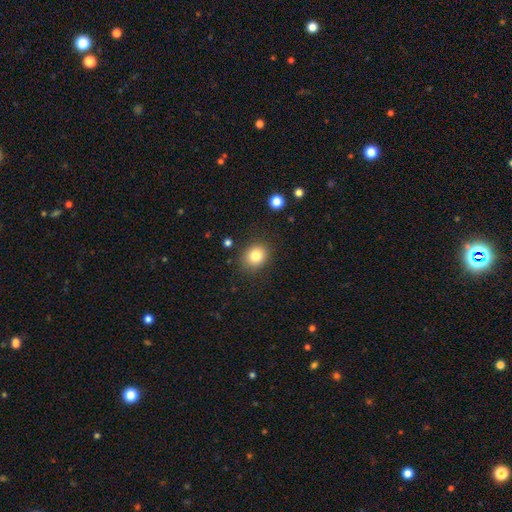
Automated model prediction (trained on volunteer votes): The model was most divided on "how rounded": round: 64%, in between: 35%, cigar-shaped: 1%. More confident: merging — none (85%); smooth or featured — smooth (82%).